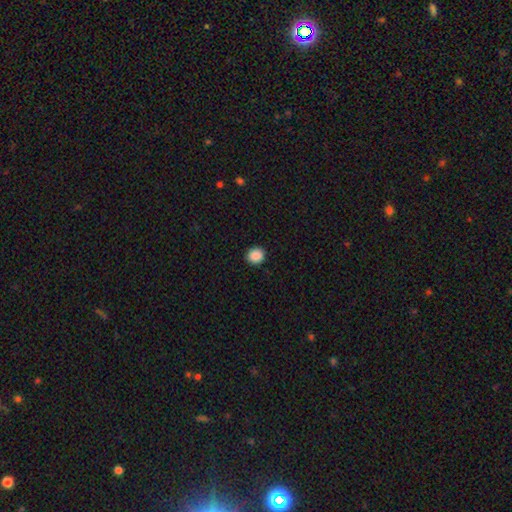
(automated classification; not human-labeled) Smooth or featured: smooth — 89% (star or artifact — 9%)
How rounded: round — 86% (in between — 13%)
Merging: none — 92% (minor disturbance — 6%)